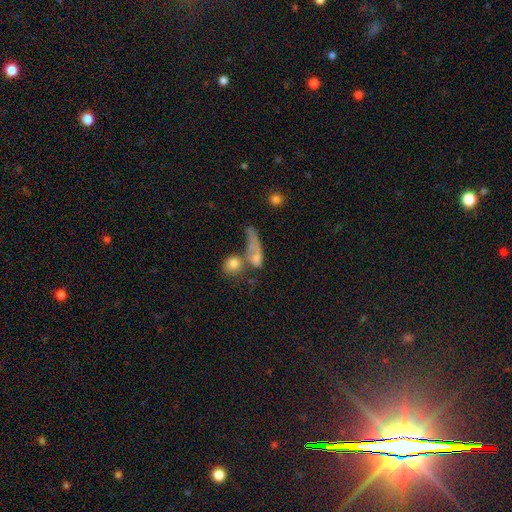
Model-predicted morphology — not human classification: A smooth galaxy with no disk features (62%) that is in between round and cigar-shaped (48%).

Vote fractions:
- Smooth or featured? smooth: 62% / featured or disk: 27% / star or artifact: 11%
- How rounded? in between: 48% / round: 27% / cigar-shaped: 25%
- Merging? merger: 41% / major disturbance: 25% / none: 22% / minor disturbance: 12%